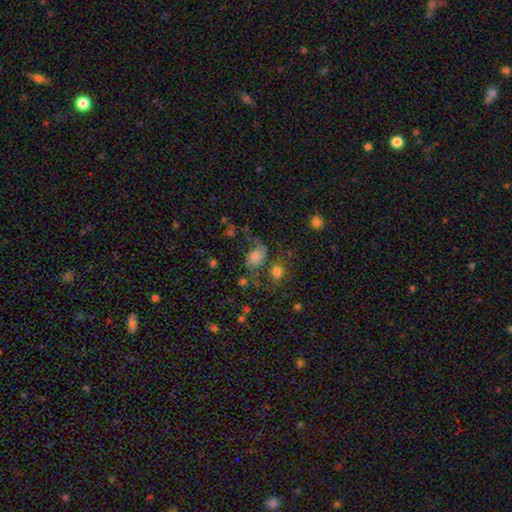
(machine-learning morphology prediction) Overall: smooth (43%; featured or disk 42%). Merging: none (31%; major disturbance 28%).